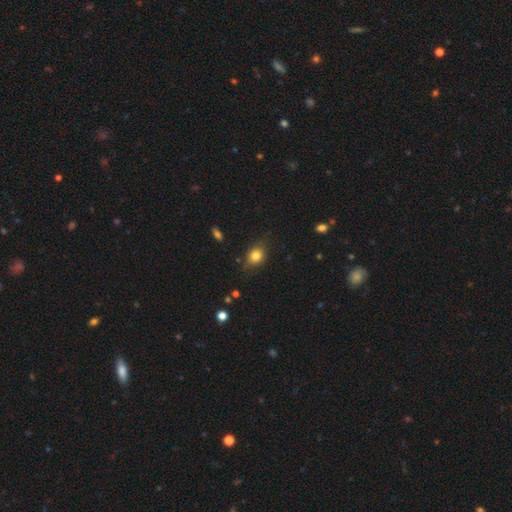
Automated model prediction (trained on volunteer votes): The model was most divided on "how rounded": in between: 58%, round: 40%, cigar-shaped: 2%. More confident: smooth or featured — smooth (79%); merging — none (72%).